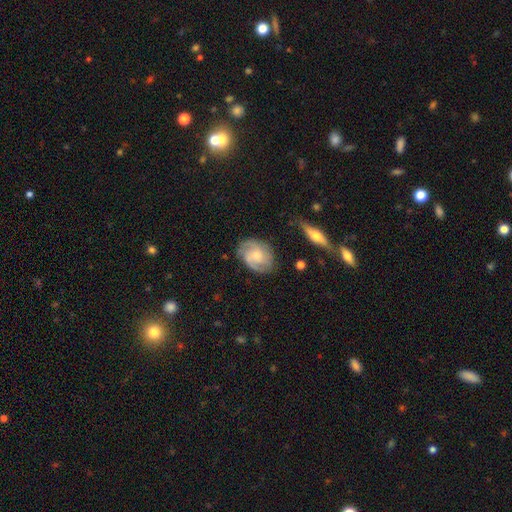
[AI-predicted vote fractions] Overall: featured or disk (70%). Edge-on disk: no (97%). Bar: no (64%; weak 31%). Spiral arms: yes (93%). Spiral arm count: 2 (40%; 3 32%). Spiral winding: tight (46%; medium 42%). Bulge size: small (47%; moderate 42%). Merging: none (74%).